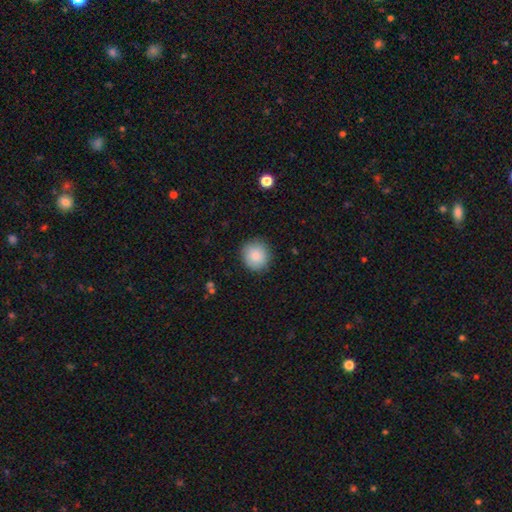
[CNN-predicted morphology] Overall: smooth (86%). How rounded: round (91%). Merging: none (88%).